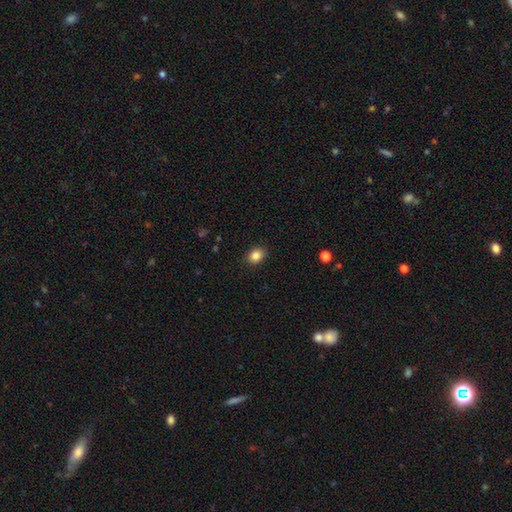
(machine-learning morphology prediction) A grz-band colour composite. It shows a smooth galaxy with no disk features (85%) that is in between round and cigar-shaped (57%). Merging: none (89%).